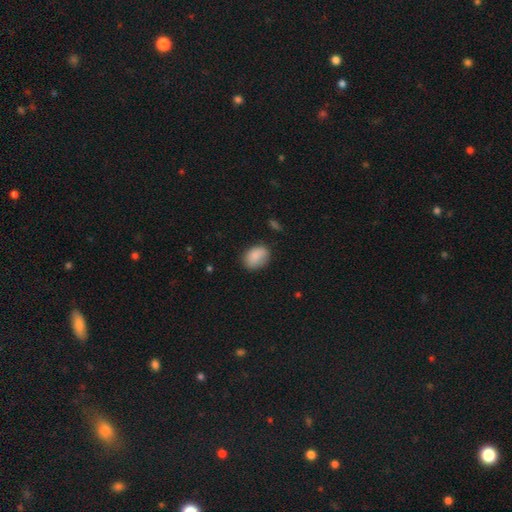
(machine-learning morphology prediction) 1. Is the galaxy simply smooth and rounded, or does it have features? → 87% smooth, 7% star or artifact, 6% featured or disk.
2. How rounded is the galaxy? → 77% in between, 22% round, 1% cigar-shaped.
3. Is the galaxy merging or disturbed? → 74% none, 20% minor disturbance, 4% major disturbance, 2% merger.